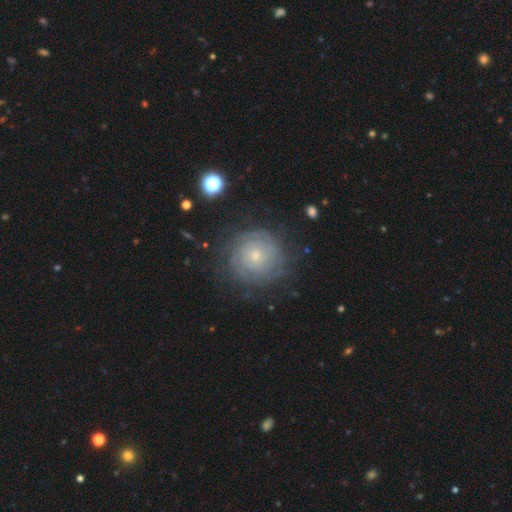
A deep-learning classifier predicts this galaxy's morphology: smooth-or-featured: featured or disk: 71% | smooth: 20% | star or artifact: 9%
  disk-edge-on: no: 98% | yes: 2%
    bar: no: 82% | weak: 15% | strong: 3%
    has-spiral-arms: yes: 92% | no: 8%
      spiral-winding: tight: 82% | medium: 14% | loose: 4%
      spiral-arm-count: can't tell: 49% | 2: 13% | 3: 12% | 4: 11% | more than 4: 8% | 1: 6%
    bulge-size: small: 75% | moderate: 20% | none: 2% | large: 2% | dominant: 1%
  merging: none: 78% | minor disturbance: 14% | major disturbance: 7% | merger: 1%